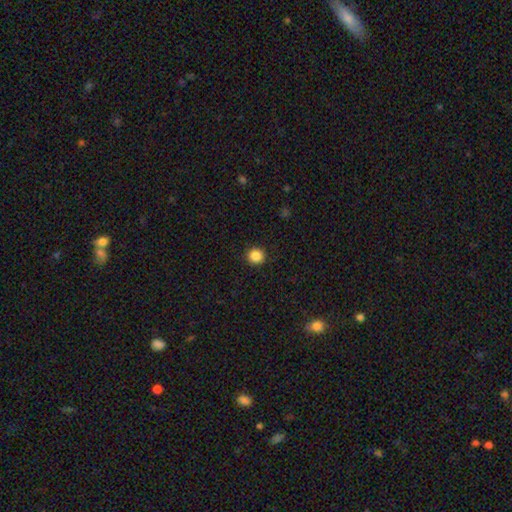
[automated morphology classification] type=smooth (87%); roundness=round (93%); merging=none (92%).